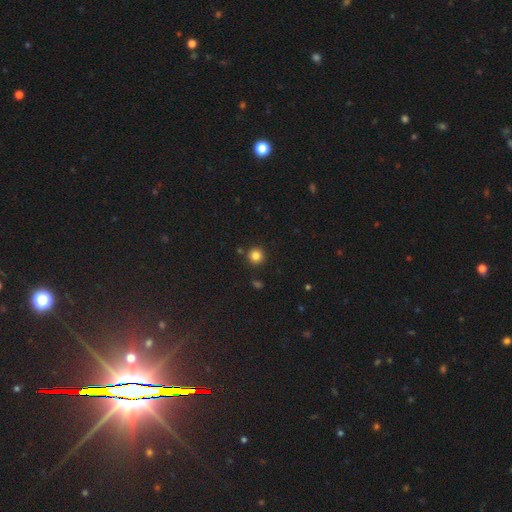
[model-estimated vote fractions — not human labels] The model was most divided on "smooth or featured": smooth: 83%, star or artifact: 12%, featured or disk: 4%. More confident: how rounded — round (95%); merging — none (88%).